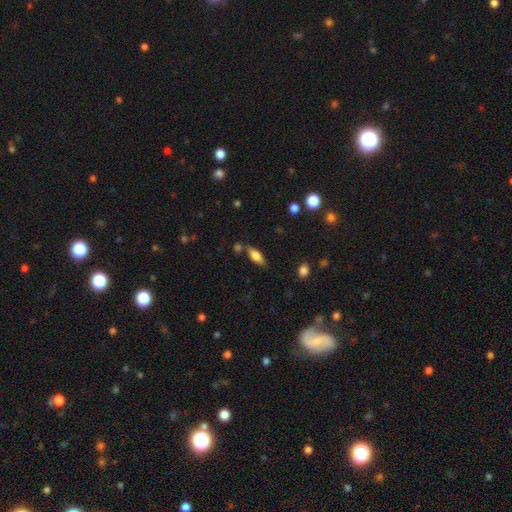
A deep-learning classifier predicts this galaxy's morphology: smooth 70%, featured or disk 22%, star or artifact 8%. Down the decision tree: how rounded — in between (73%); merging — none (70%).